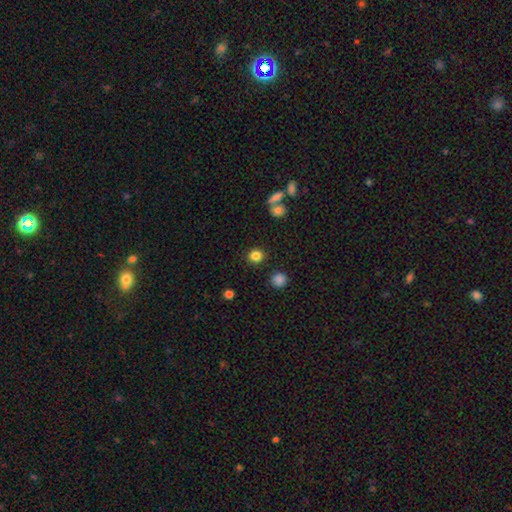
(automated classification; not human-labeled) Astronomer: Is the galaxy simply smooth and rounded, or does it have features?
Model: smooth — 84%.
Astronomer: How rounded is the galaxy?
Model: round — 89%.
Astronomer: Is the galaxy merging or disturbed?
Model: none — 89%.